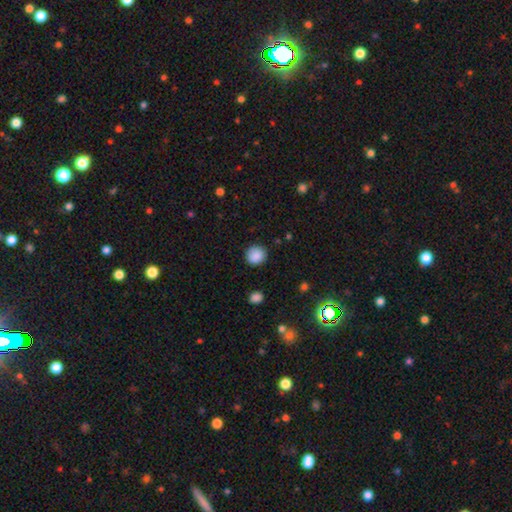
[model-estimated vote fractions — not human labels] Smooth or featured? Predicted: smooth (p=0.88). How rounded? Predicted: round (p=0.89). Merging? Predicted: none (p=0.88).